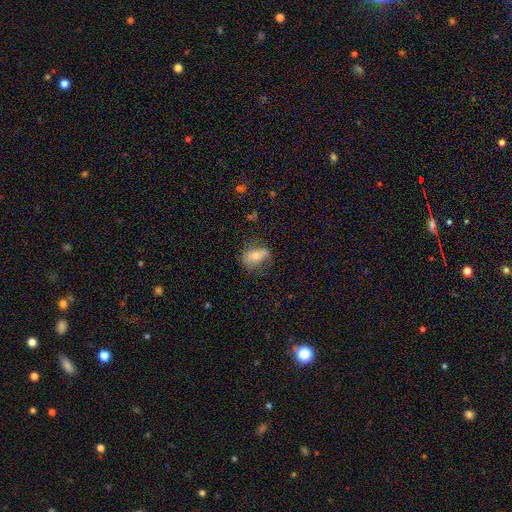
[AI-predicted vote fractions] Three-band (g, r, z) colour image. It shows a smooth galaxy with no disk features (60%) that is in between round and cigar-shaped (73%). Merging: none (55%).